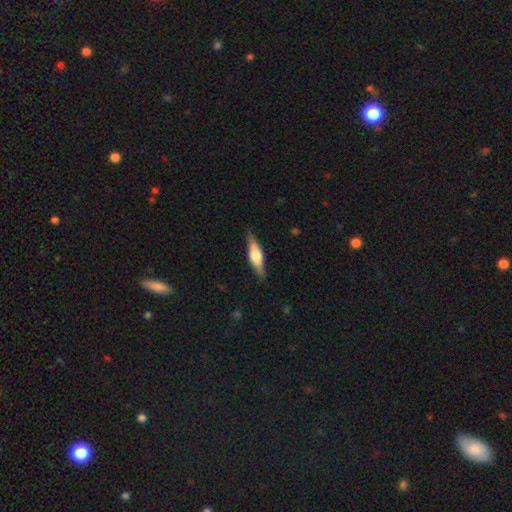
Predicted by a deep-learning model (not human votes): A featured or disk galaxy (51%) viewed edge-on (93%). Merging: none (85%).